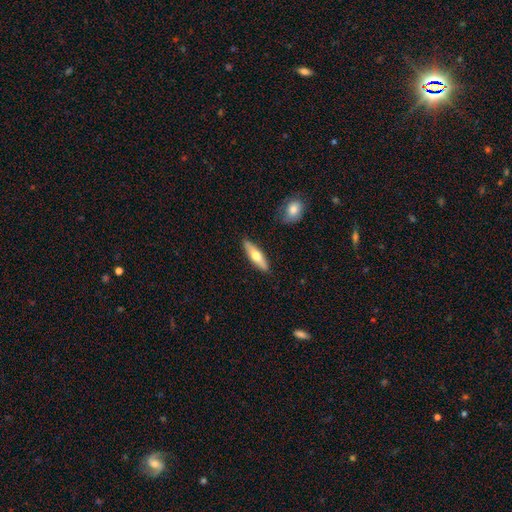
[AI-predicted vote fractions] Smooth or featured? smooth (56%)
How rounded? cigar-shaped (65%)
Merging? none (88%)